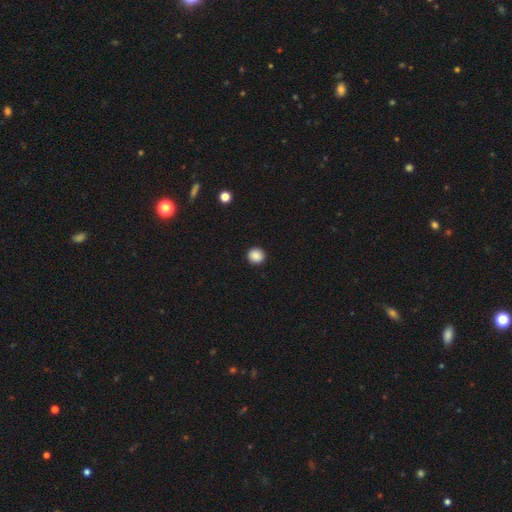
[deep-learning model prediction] Morphology: type=smooth (88%); roundness=round (93%); merging=none (93%).